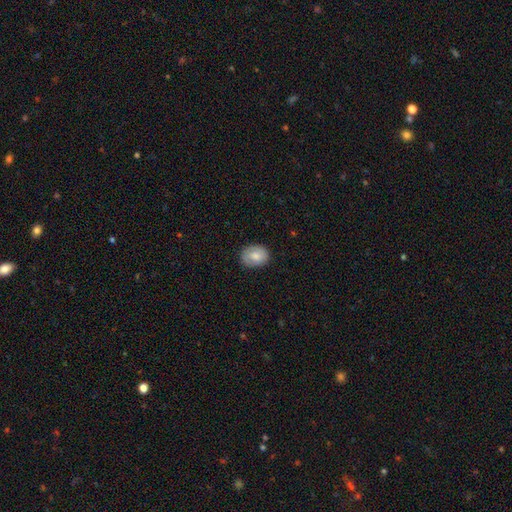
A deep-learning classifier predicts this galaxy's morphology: The model was most divided on "how rounded": in between: 55%, round: 44%, cigar-shaped: 1%. More confident: merging — none (82%); smooth or featured — smooth (79%).